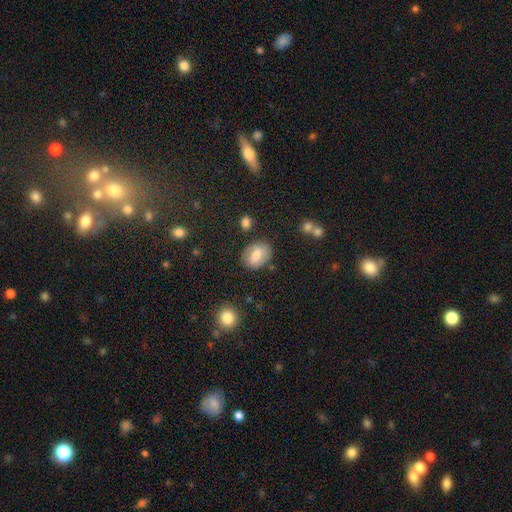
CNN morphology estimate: smooth 66%, featured or disk 27%, star or artifact 8%. Down the decision tree: how rounded — in between (67%); merging — none (77%).